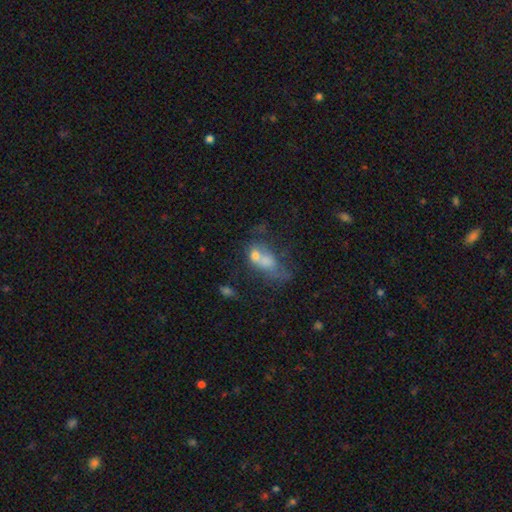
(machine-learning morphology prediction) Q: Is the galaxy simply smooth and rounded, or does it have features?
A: smooth — 43%.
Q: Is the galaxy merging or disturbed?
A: merger — 37%.